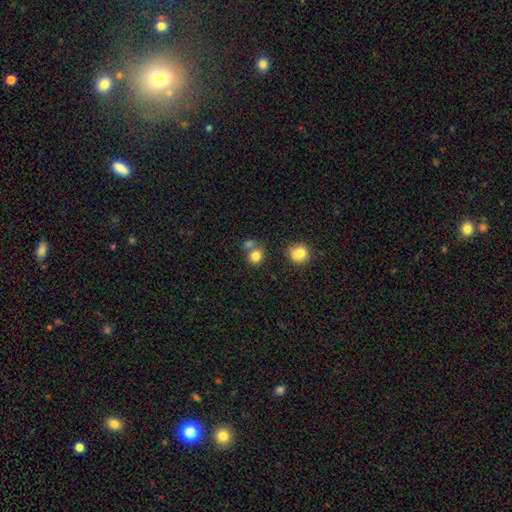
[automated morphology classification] The model was most divided on "merging": none: 60%, merger: 26%, minor disturbance: 10%, major disturbance: 4%. More confident: smooth or featured — smooth (81%); how rounded — round (78%).